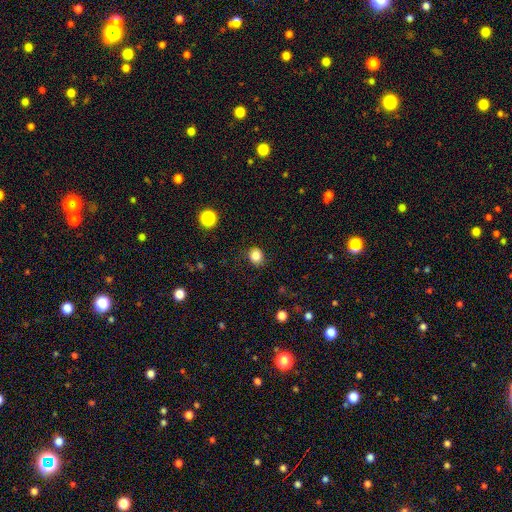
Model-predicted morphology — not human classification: Smooth or featured? Predicted: smooth (p=0.84). How rounded? Predicted: round (p=0.80). Merging? Predicted: none (p=0.86).